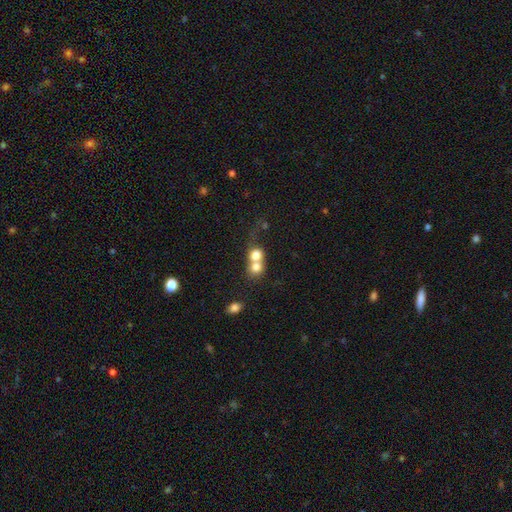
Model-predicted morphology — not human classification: This appears to be a smooth galaxy with no disk features (73%) that is round (77%). Merging: merger (69%).